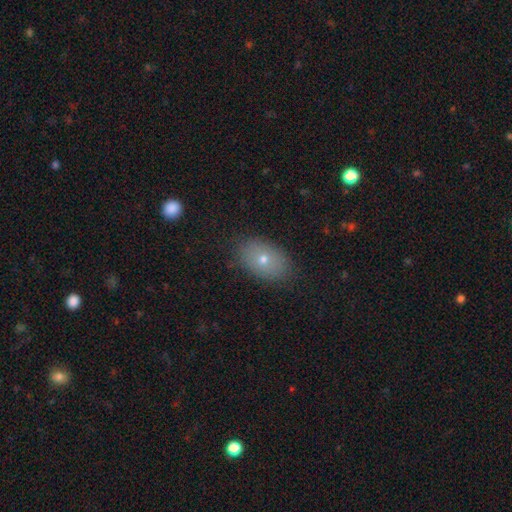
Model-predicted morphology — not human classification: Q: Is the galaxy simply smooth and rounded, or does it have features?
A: smooth — 70%.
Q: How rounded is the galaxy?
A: in between — 83%.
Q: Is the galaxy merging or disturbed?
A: none — 84%.